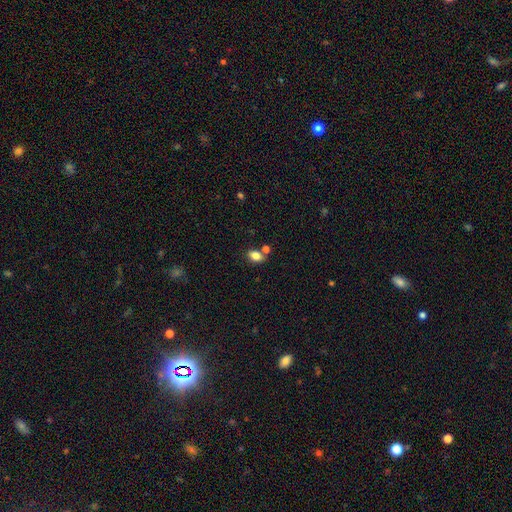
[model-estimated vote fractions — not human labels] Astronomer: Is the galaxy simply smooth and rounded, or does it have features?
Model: smooth — 83%.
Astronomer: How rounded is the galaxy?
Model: in between — 81%.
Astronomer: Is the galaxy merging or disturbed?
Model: none — 66%.